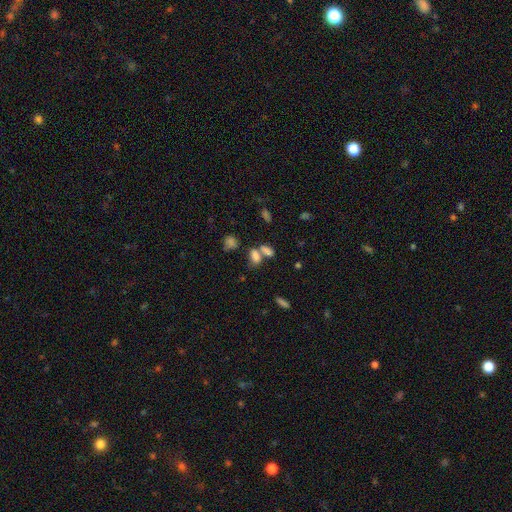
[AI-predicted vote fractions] smooth 77%, star or artifact 14%, featured or disk 9%. Down the decision tree: how rounded — in between (79%); merging — merger (43%).